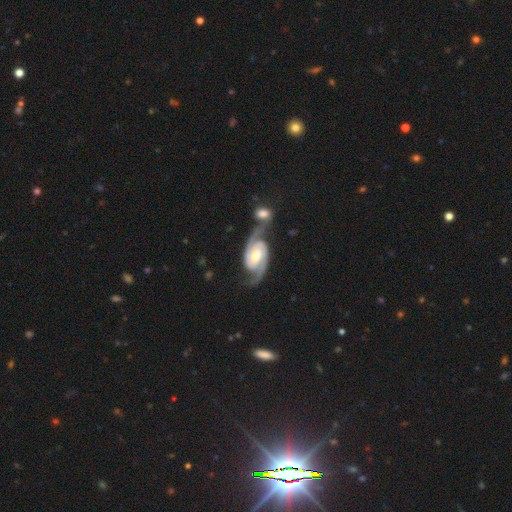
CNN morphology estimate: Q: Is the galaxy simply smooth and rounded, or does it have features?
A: featured or disk — 92%.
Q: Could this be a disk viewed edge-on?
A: no — 97%.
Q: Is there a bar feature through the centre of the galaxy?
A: no — 40%.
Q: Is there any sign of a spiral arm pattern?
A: yes — 98%.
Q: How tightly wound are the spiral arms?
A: medium — 53%.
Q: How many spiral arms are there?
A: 2 — 93%.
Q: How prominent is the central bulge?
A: moderate — 60%.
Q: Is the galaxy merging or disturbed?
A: none — 49%.